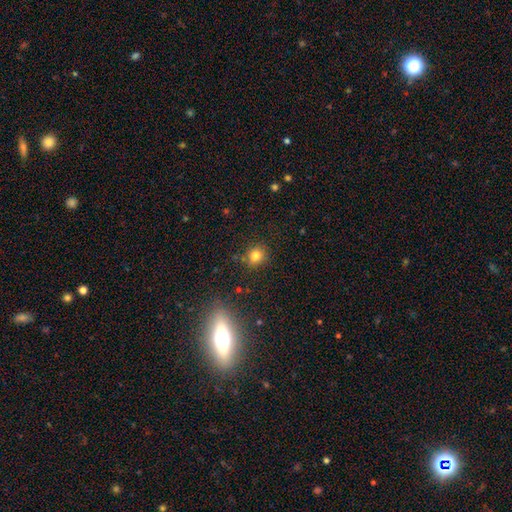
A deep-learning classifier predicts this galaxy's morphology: The model was most divided on "how rounded": round: 82%, in between: 17%, cigar-shaped: 1%. More confident: merging — none (81%); smooth or featured — smooth (79%).